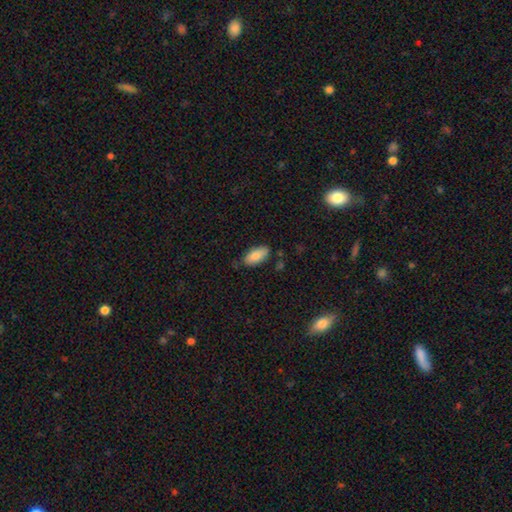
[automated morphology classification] Overall: smooth (85%). How rounded: in between (90%). Merging: none (73%).